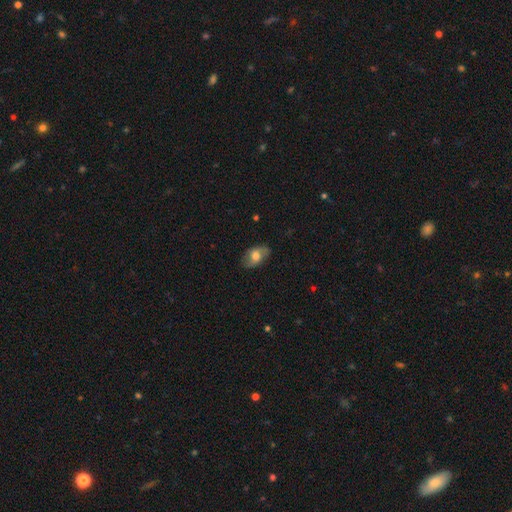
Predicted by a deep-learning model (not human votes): smooth 55%, featured or disk 37%, star or artifact 8%. Down the decision tree: how rounded — in between (86%); merging — none (77%).